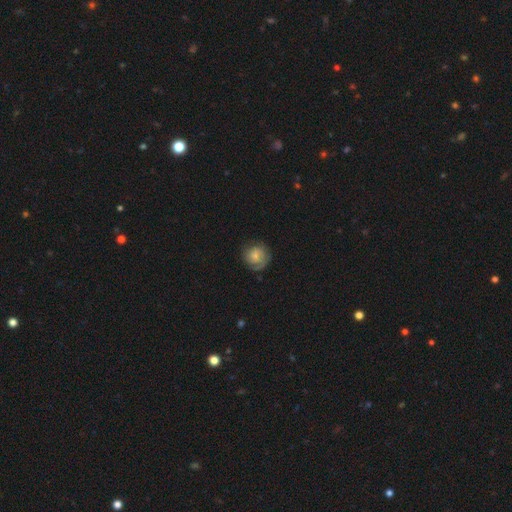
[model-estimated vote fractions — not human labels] Smooth or featured? Predicted: featured or disk (p=0.52). Edge-on disk? Predicted: no (p=0.98). Bar? Predicted: no (p=0.71). Spiral arms? Predicted: yes (p=0.86). Bulge size? Predicted: small (p=0.57). Merging? Predicted: none (p=0.73).